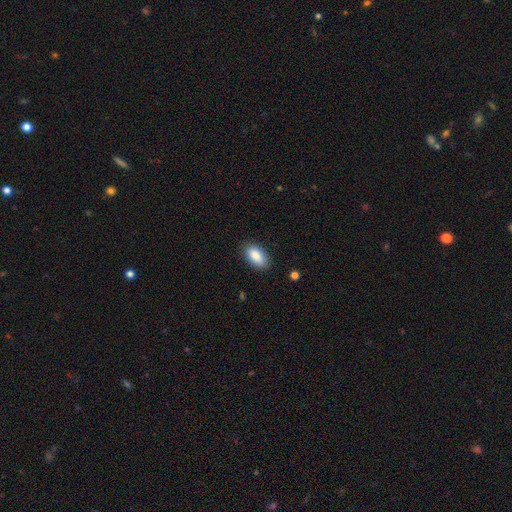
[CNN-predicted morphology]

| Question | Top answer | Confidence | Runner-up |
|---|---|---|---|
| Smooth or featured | smooth | 88% | star or artifact (6%) |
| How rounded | in between | 93% | cigar-shaped (4%) |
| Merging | none | 86% | minor disturbance (11%) |